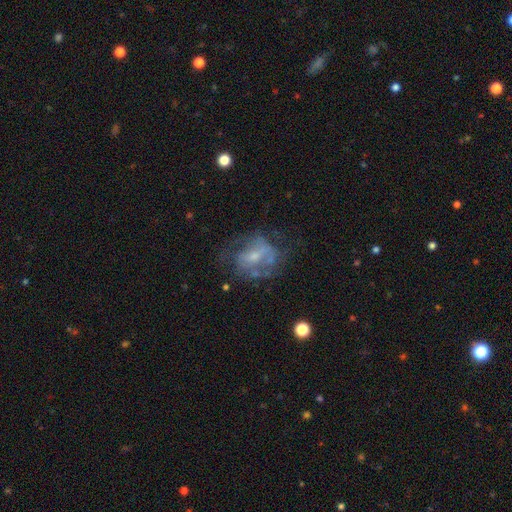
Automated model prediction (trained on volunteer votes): This is likely a featured or disk galaxy (64%). It is clearly not viewed edge-on (97%). Bar: possibly no (56%). Spiral arm pattern: possibly no (52%). Central bulge: possibly small (51%). Merging: marginally none (45%).